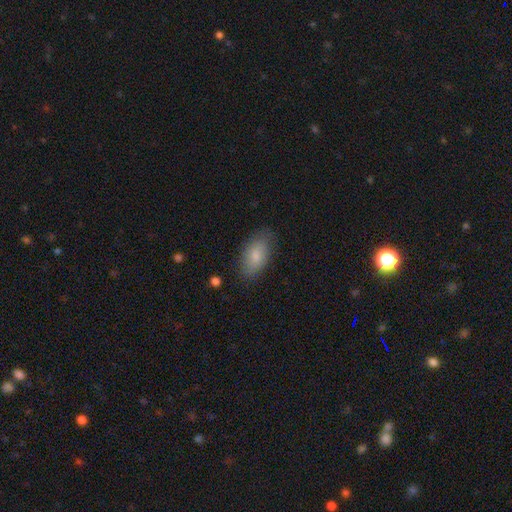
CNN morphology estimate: smooth_or_featured: smooth (p=0.80) [alt: featured or disk p=0.14]
how_rounded: in between (p=0.92) [alt: round p=0.04]
merging: none (p=0.80) [alt: minor disturbance p=0.15]